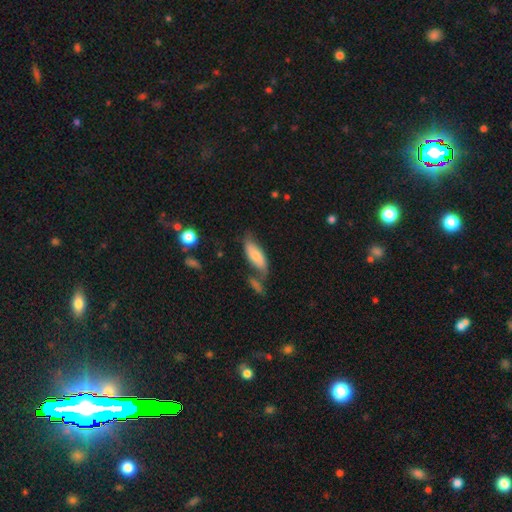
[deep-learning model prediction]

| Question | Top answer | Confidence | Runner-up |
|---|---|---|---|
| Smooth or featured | smooth | 65% | featured or disk (28%) |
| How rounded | in between | 79% | cigar-shaped (19%) |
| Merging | none | 43% | minor disturbance (23%) |